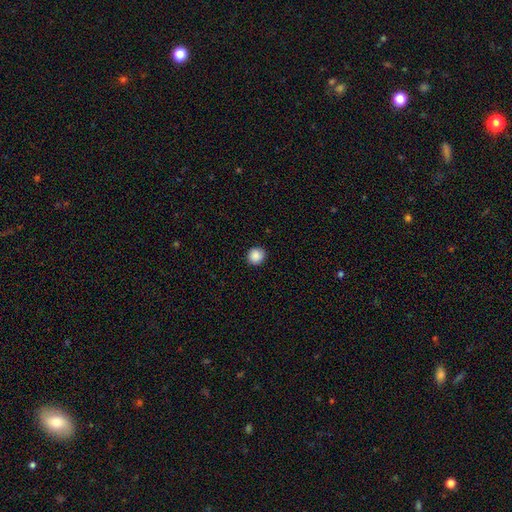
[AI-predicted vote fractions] Q: Smooth or featured?
A: smooth (88%); runner-up: star or artifact (9%)
Q: How rounded?
A: round (92%); runner-up: in between (7%)
Q: Merging?
A: none (92%); runner-up: minor disturbance (6%)